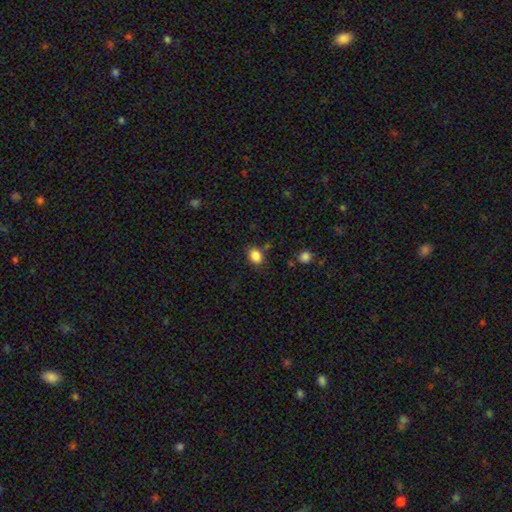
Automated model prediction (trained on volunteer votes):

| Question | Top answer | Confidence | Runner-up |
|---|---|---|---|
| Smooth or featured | smooth | 85% | star or artifact (11%) |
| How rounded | in between | 53% | round (46%) |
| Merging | none | 79% | minor disturbance (13%) |